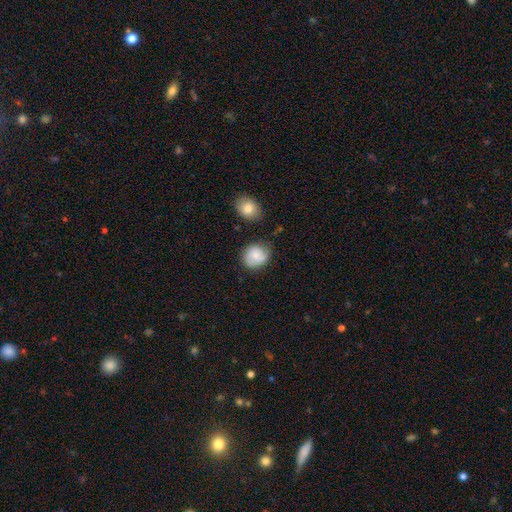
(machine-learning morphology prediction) smooth 68%, featured or disk 24%, star or artifact 8%. Down the decision tree: how rounded — round (76%); merging — none (68%).